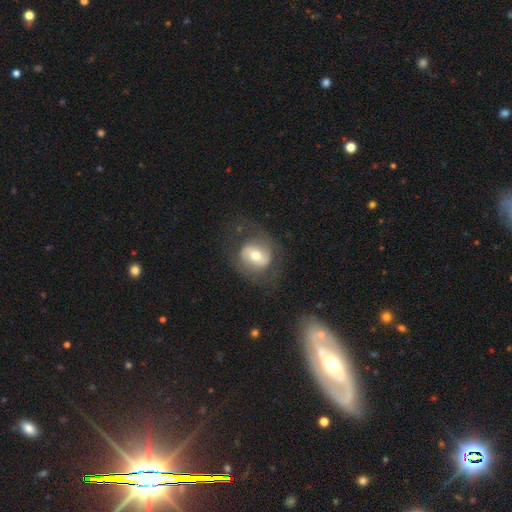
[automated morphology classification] Smooth or featured?
  - featured or disk: 54% *
  - smooth: 38%
  - star or artifact: 8%
Edge-on disk?
  - no: 96% *
  - yes: 4%
Bar?
  - weak: 39% *
  - no: 37%
  - strong: 24%
Spiral arms?
  - yes: 66% *
  - no: 34%
Bulge size?
  - moderate: 64% *
  - small: 25%
  - large: 8%
  - dominant: 1%
  - none: 1%
Merging?
  - none: 64% *
  - minor disturbance: 17%
  - major disturbance: 17%
  - merger: 1%